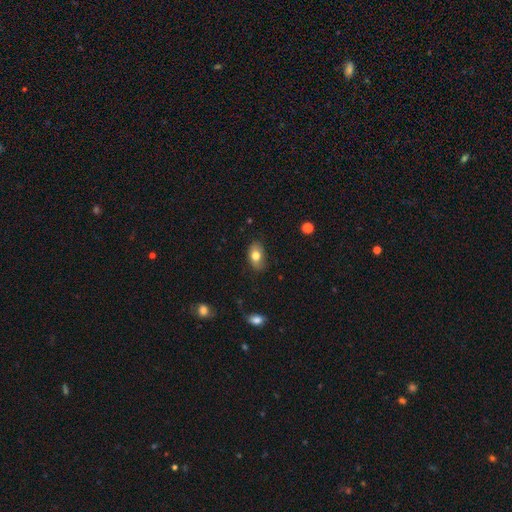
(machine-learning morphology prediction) type=smooth (78%); roundness=in between (88%); merging=none (79%).